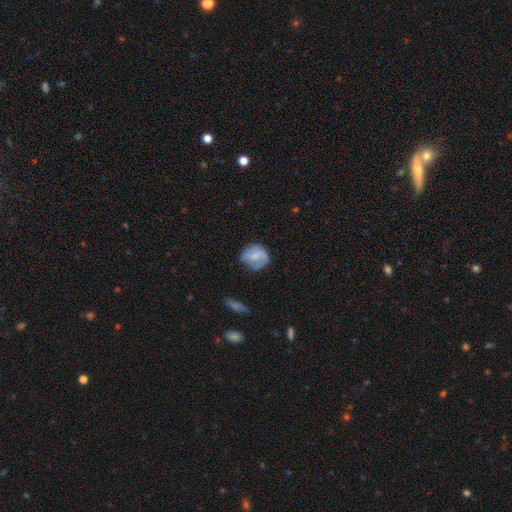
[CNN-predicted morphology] Smooth or featured: smooth — 51% (featured or disk — 41%)
How rounded: round — 77% (in between — 21%)
Merging: none — 65% (minor disturbance — 24%)